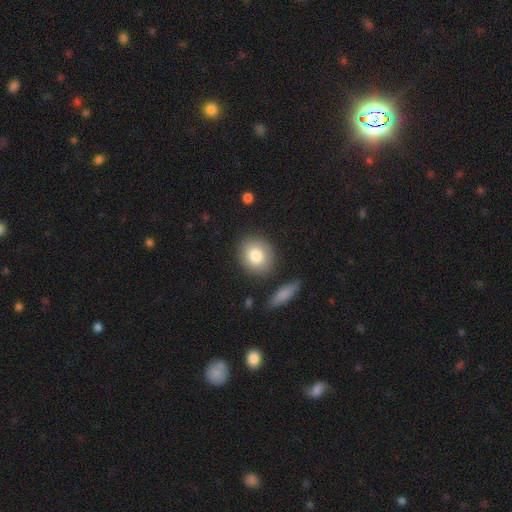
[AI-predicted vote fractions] Q: Smooth or featured?
A: smooth (82%); runner-up: featured or disk (11%)
Q: How rounded?
A: round (71%); runner-up: in between (28%)
Q: Merging?
A: none (83%); runner-up: minor disturbance (10%)